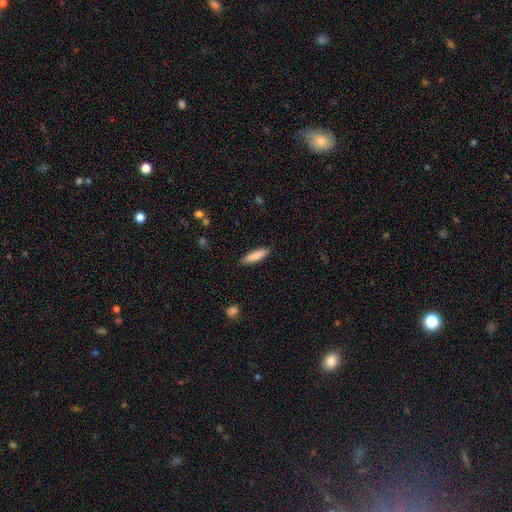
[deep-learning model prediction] Smooth or featured? smooth (86%)
How rounded? cigar-shaped (76%)
Merging? none (90%)